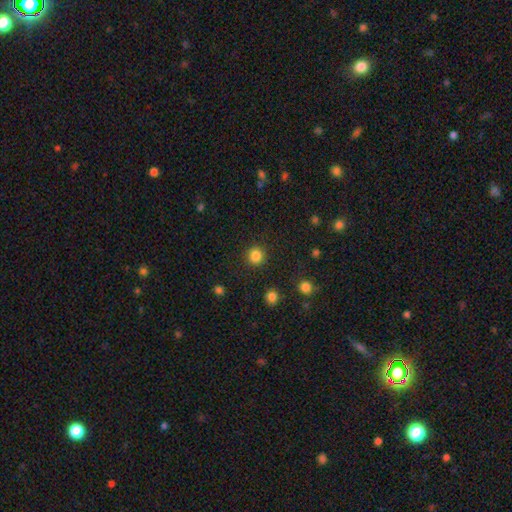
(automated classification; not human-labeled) Smooth or featured: smooth — 84% (star or artifact — 12%)
How rounded: round — 90% (in between — 9%)
Merging: none — 90% (minor disturbance — 6%)